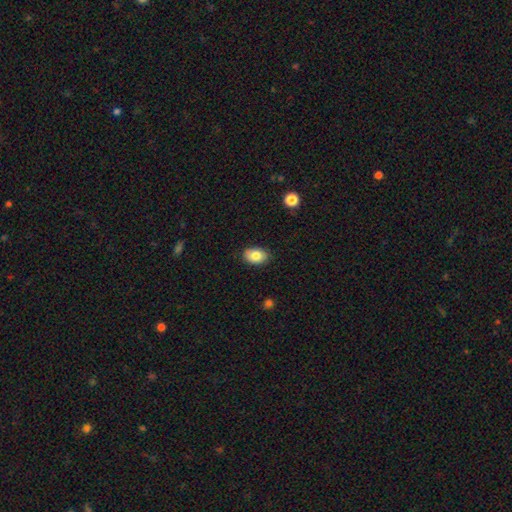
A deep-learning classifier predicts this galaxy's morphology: smooth_or_featured: smooth (p=0.82) [alt: featured or disk p=0.10]
how_rounded: in between (p=0.85) [alt: round p=0.13]
merging: none (p=0.85) [alt: minor disturbance p=0.11]